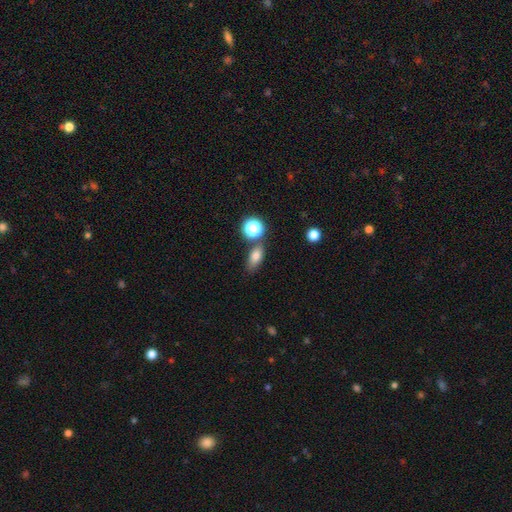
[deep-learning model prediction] Overall: smooth (78%). How rounded: in between (76%). Merging: none (70%).